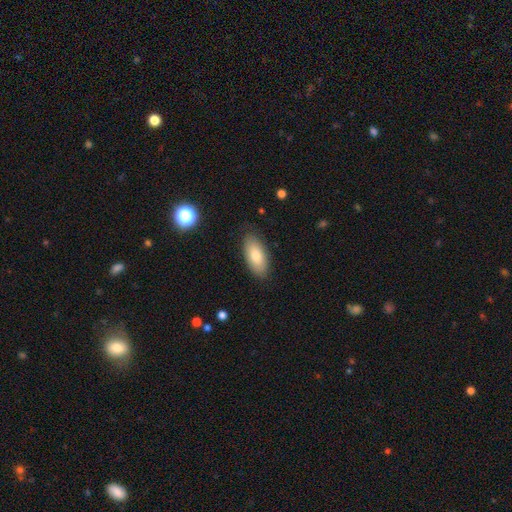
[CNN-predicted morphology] smooth-or-featured: smooth: 77% | featured or disk: 16% | star or artifact: 7%
  how-rounded: in between: 89% | cigar-shaped: 8% | round: 3%
  merging: none: 85% | minor disturbance: 12% | major disturbance: 3% | merger: 1%